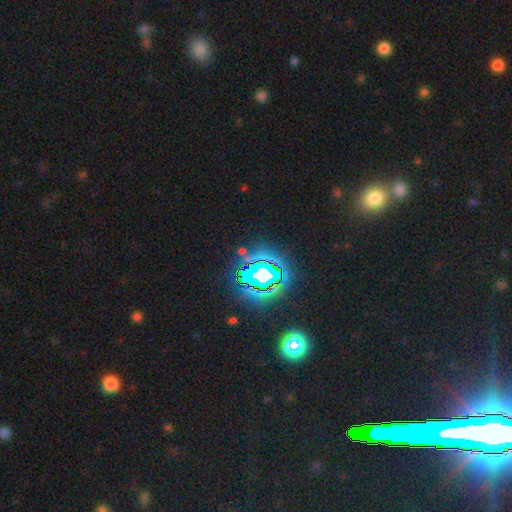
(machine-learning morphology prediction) Q: Smooth or featured?
A: star or artifact (79%); runner-up: smooth (13%)